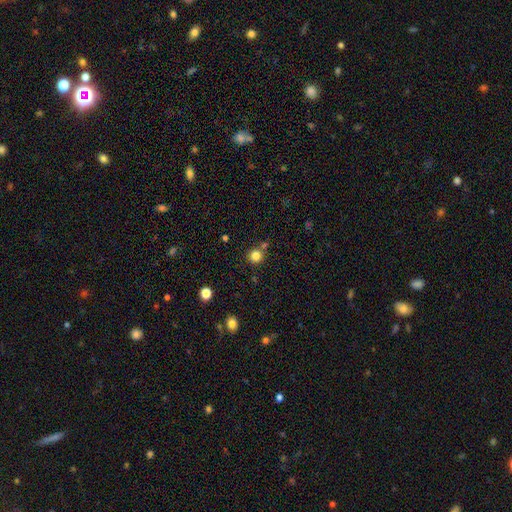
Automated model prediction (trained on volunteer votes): Smooth or featured? smooth (82%)
How rounded? round (92%)
Merging? none (75%)